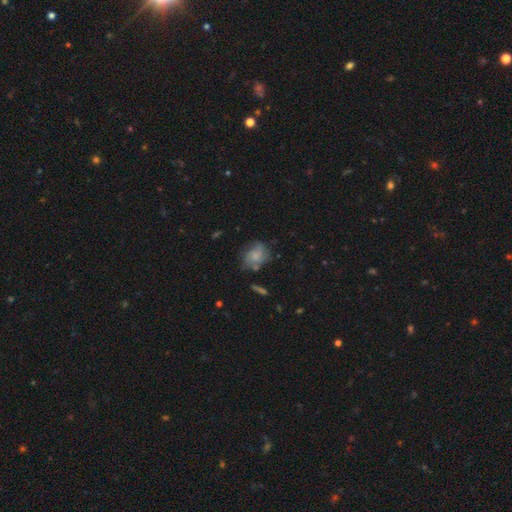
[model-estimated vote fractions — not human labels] Q: Smooth or featured?
A: smooth (56%); runner-up: featured or disk (33%)
Q: How rounded?
A: in between (50%); runner-up: round (49%)
Q: Merging?
A: none (50%); runner-up: minor disturbance (27%)